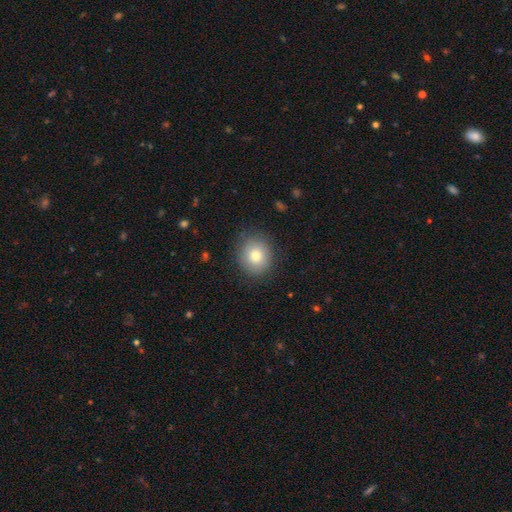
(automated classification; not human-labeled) smooth 79%, featured or disk 11%, star or artifact 10%. Down the decision tree: how rounded — round (77%); merging — none (85%).